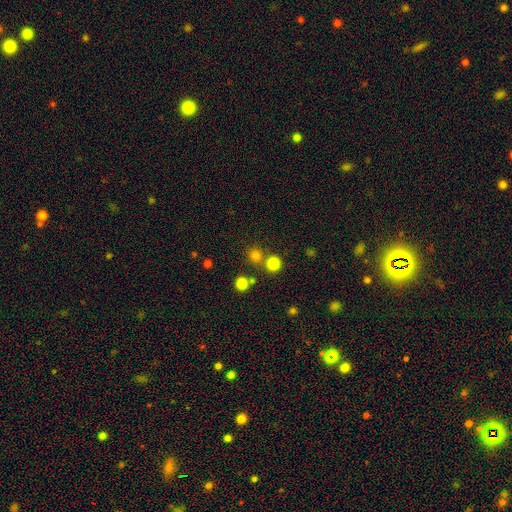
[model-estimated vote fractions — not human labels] A smooth galaxy with no disk features (77%) that is round (91%).

Vote fractions:
- Smooth or featured? smooth: 77% / star or artifact: 18% / featured or disk: 5%
- How rounded? round: 91% / in between: 8% / cigar-shaped: 1%
- Merging? none: 73% / merger: 17% / minor disturbance: 7% / major disturbance: 3%